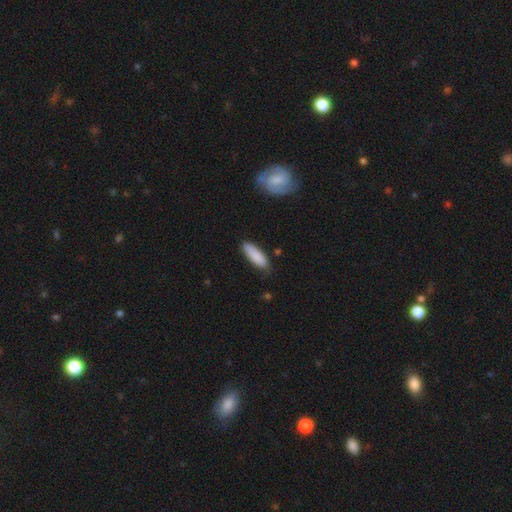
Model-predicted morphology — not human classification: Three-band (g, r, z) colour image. It shows a smooth galaxy with no disk features (87%) that is in between round and cigar-shaped (56%). Merging: none (78%).